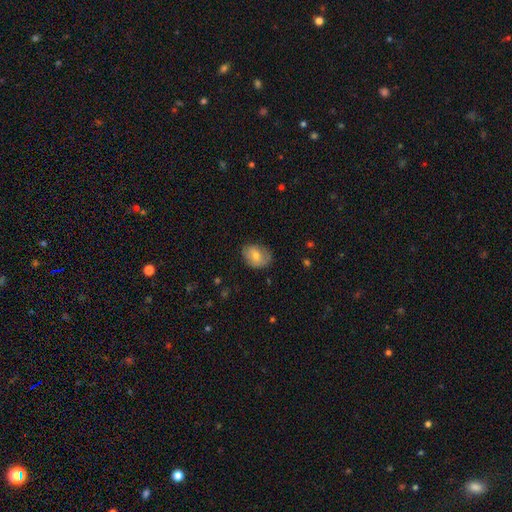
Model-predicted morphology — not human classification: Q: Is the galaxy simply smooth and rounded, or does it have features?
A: smooth — 69%.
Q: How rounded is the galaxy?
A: in between — 63%.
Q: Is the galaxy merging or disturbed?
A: none — 73%.